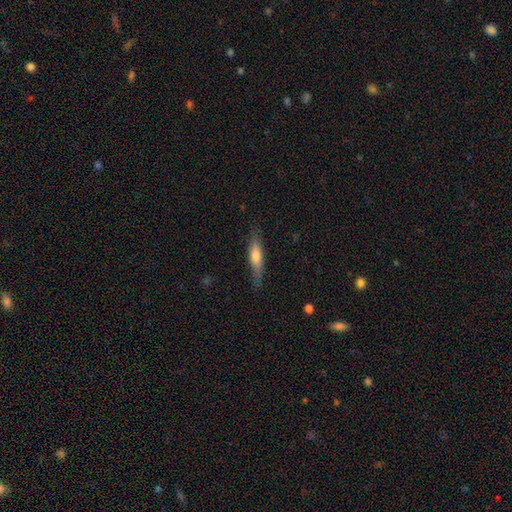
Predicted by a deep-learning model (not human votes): Overall: smooth (56%; featured or disk 39%). How rounded: cigar-shaped (81%). Merging: none (79%).